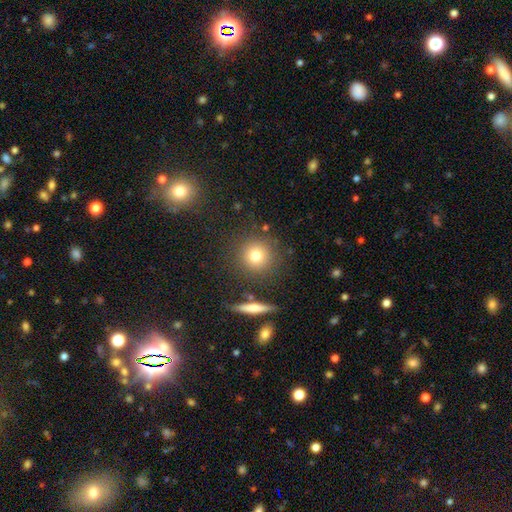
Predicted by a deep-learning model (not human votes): Smooth or featured? smooth (78%)
How rounded? round (93%)
Merging? none (84%)